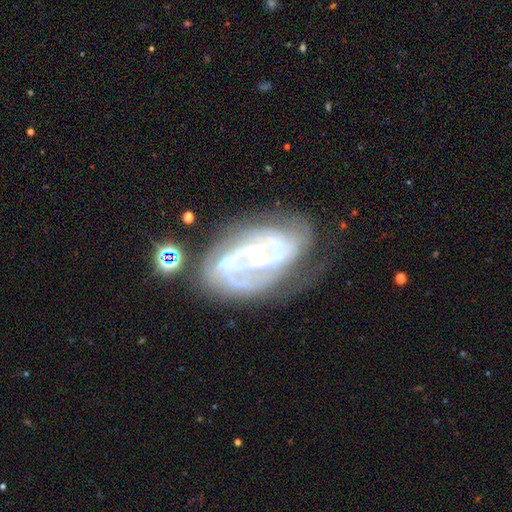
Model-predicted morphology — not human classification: smooth_or_featured: featured or disk (p=0.86) [alt: smooth p=0.07]
disk_edge_on: no (p=0.96) [alt: yes p=0.04]
bar: no (p=0.54) [alt: weak p=0.30]
has_spiral_arms: yes (p=0.93) [alt: no p=0.07]
spiral_winding: tight (p=0.58) [alt: medium p=0.34]
spiral_arm_count: 2 (p=0.40) [alt: can't tell p=0.26]
bulge_size: small (p=0.75) [alt: moderate p=0.21]
merging: none (p=0.56) [alt: minor disturbance p=0.24]